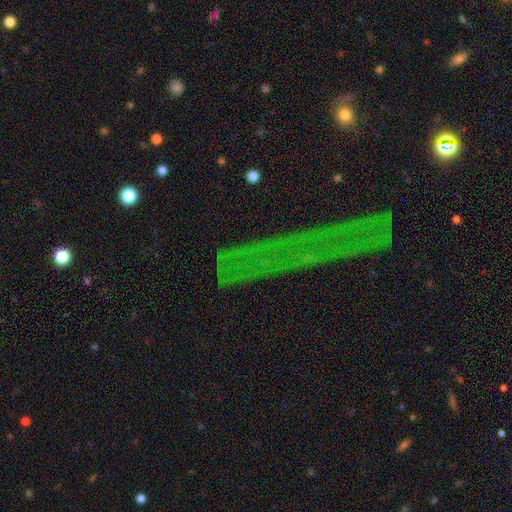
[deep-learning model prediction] star or artifact 64%, smooth 18%, featured or disk 18%.